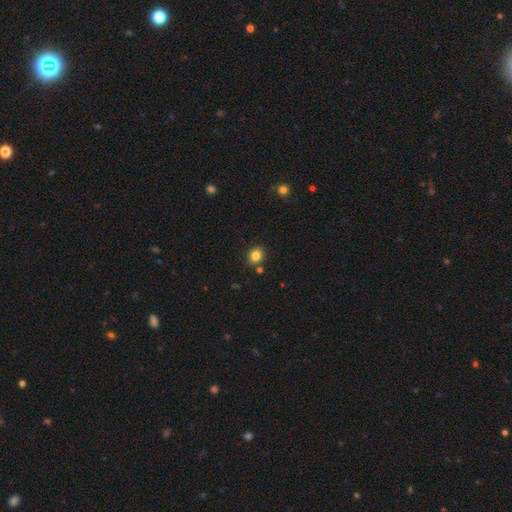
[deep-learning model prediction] A smooth galaxy with no disk features (83%) that is round (68%). Merging: none (83%).